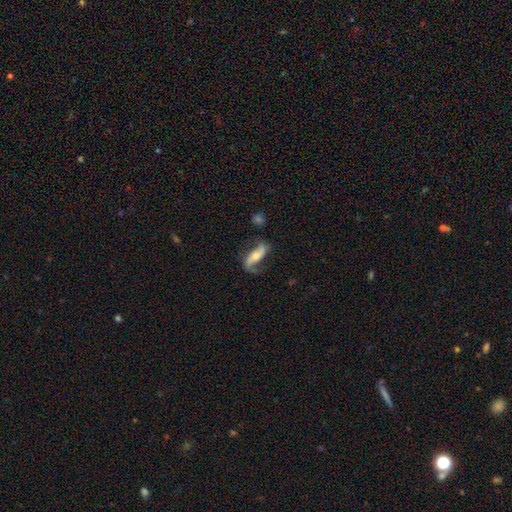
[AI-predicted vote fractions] Smooth or featured? Predicted: featured or disk (p=0.74). Edge-on disk? Predicted: no (p=0.88). Bar? Predicted: no (p=0.41). Spiral arms? Predicted: yes (p=0.91). Spiral winding? Predicted: loose (p=0.71). Spiral arm count? Predicted: 2 (p=0.76). Bulge size? Predicted: moderate (p=0.50). Merging? Predicted: none (p=0.59).